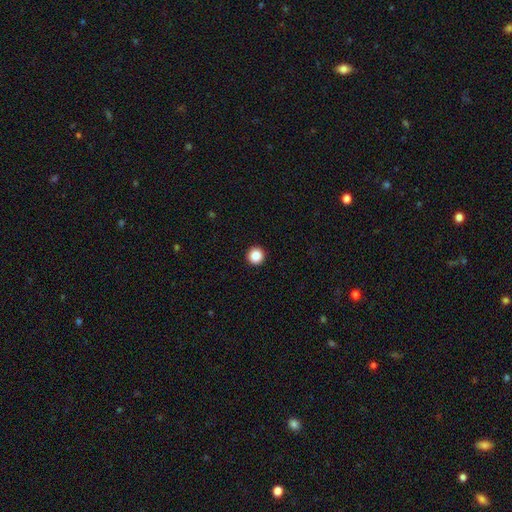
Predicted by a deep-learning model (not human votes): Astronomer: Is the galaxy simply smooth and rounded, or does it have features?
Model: smooth — 87%.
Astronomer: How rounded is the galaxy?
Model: round — 97%.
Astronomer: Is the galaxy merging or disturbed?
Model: none — 94%.